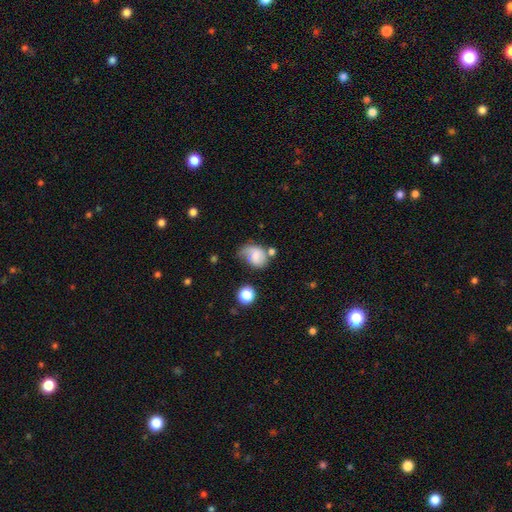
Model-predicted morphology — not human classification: Q: Smooth or featured?
A: smooth (52%); runner-up: featured or disk (38%)
Q: How rounded?
A: in between (61%); runner-up: round (38%)
Q: Merging?
A: none (36%); runner-up: minor disturbance (31%)